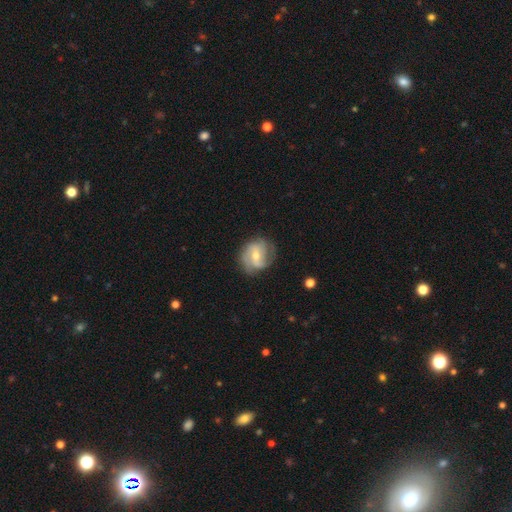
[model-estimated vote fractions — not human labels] smooth-or-featured: featured or disk: 77% | smooth: 17% | star or artifact: 6%
  disk-edge-on: no: 98% | yes: 2%
    bar: weak: 48% | no: 35% | strong: 18%
    has-spiral-arms: yes: 93% | no: 7%
      spiral-winding: medium: 46% | tight: 32% | loose: 22%
      spiral-arm-count: 2: 44% | 3: 28% | can't tell: 16% | 4: 5% | 1: 4% | more than 4: 3%
    bulge-size: moderate: 52% | small: 44% | large: 2% | none: 1% | dominant: 1%
  merging: none: 72% | minor disturbance: 19% | major disturbance: 8% | merger: 1%